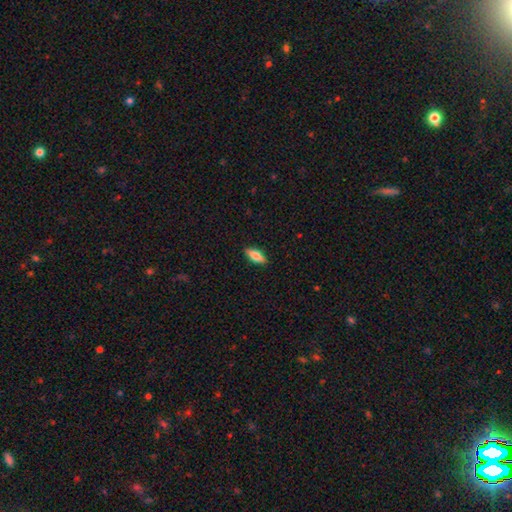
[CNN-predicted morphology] Smooth or featured?
  - smooth: 67% *
  - featured or disk: 26%
  - star or artifact: 6%
How rounded?
  - in between: 66% *
  - cigar-shaped: 31%
  - round: 3%
Merging?
  - none: 90% *
  - minor disturbance: 8%
  - major disturbance: 2%
  - merger: 1%